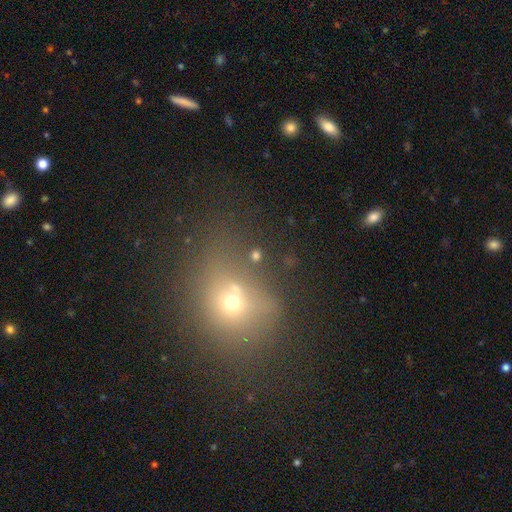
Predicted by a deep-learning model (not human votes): Overall: smooth (68%). How rounded: round (77%). Merging: none (75%).